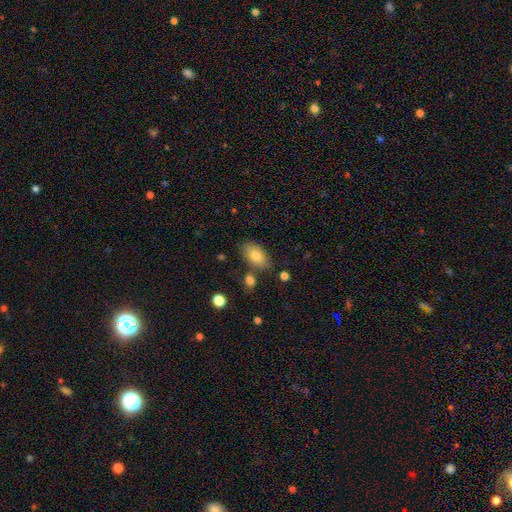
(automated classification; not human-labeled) Q: Smooth or featured?
A: smooth (78%); runner-up: featured or disk (14%)
Q: How rounded?
A: in between (92%); runner-up: round (6%)
Q: Merging?
A: none (77%); runner-up: minor disturbance (13%)